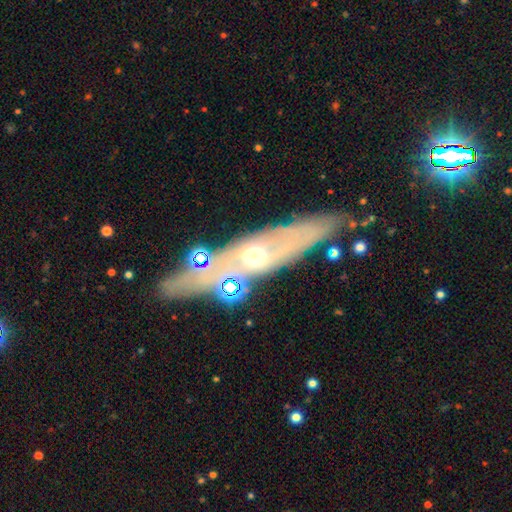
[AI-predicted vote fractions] featured or disk 74%, smooth 17%, star or artifact 9%. Down the decision tree: edge-on disk — yes (52%); merging — none (73%).